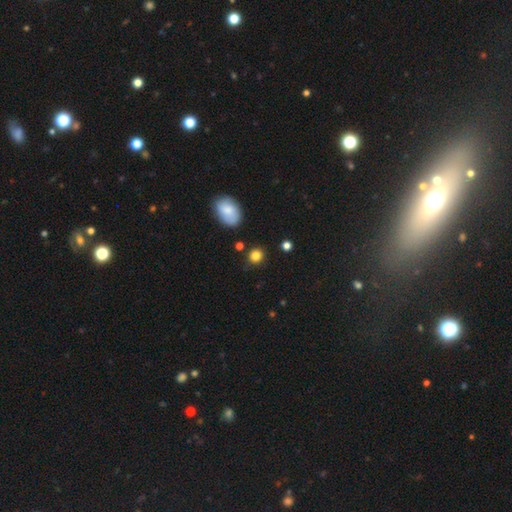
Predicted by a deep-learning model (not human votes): Smooth or featured: smooth — 84% (star or artifact — 11%)
How rounded: round — 82% (in between — 17%)
Merging: none — 84% (minor disturbance — 10%)